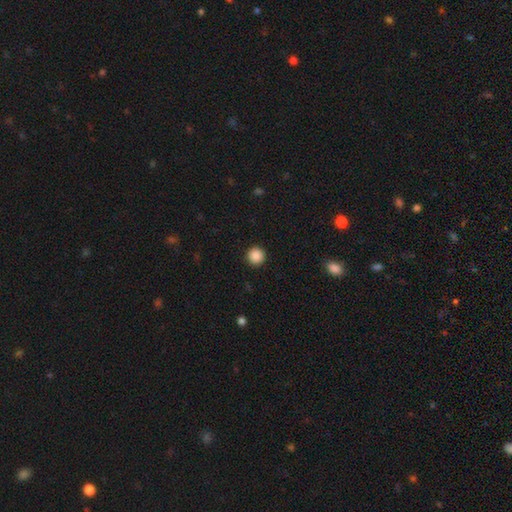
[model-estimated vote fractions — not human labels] Smooth or featured? Predicted: smooth (p=0.88). How rounded? Predicted: round (p=0.96). Merging? Predicted: none (p=0.93).